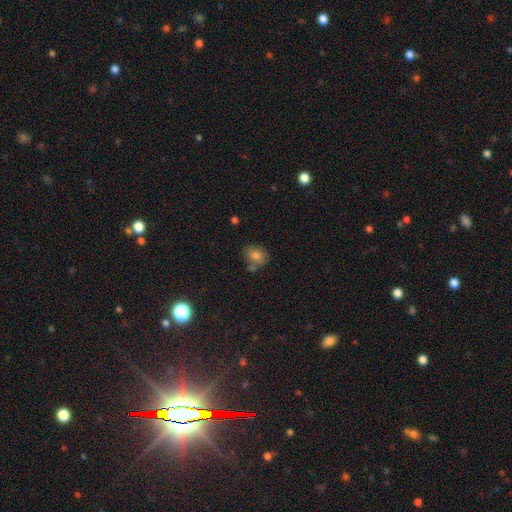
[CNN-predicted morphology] Q: Smooth or featured?
A: smooth (74%); runner-up: featured or disk (13%)
Q: How rounded?
A: round (50%); runner-up: in between (48%)
Q: Merging?
A: none (61%); runner-up: minor disturbance (18%)